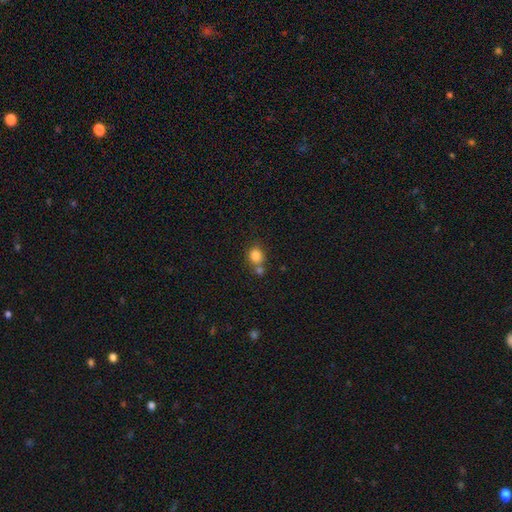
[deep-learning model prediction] smooth 83%, star or artifact 11%, featured or disk 7%. Down the decision tree: how rounded — round (72%); merging — none (54%).